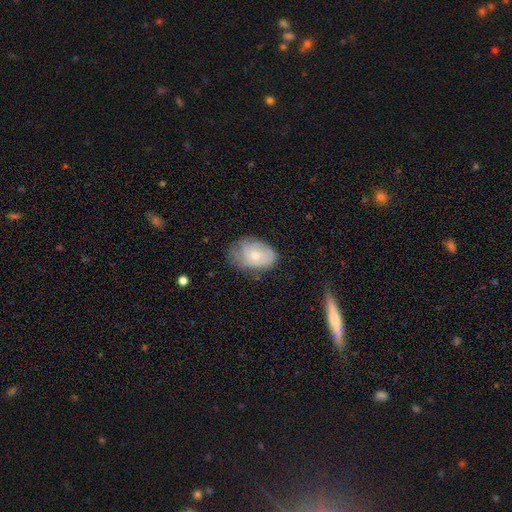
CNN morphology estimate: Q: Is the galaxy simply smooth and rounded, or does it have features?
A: featured or disk — 47%.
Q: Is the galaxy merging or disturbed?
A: none — 53%.